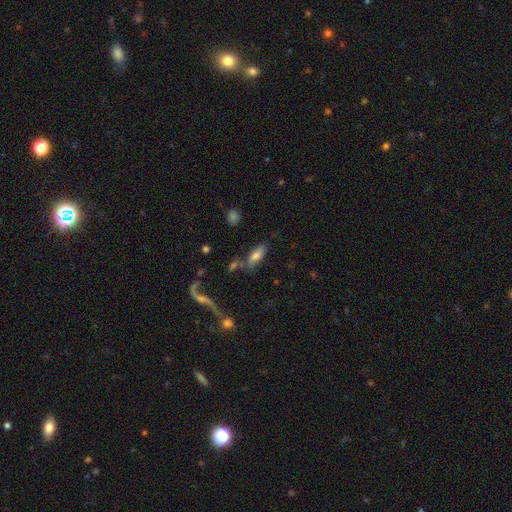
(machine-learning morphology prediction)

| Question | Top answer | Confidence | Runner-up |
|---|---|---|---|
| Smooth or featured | smooth | 73% | featured or disk (19%) |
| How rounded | in between | 75% | cigar-shaped (21%) |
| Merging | none | 61% | minor disturbance (18%) |